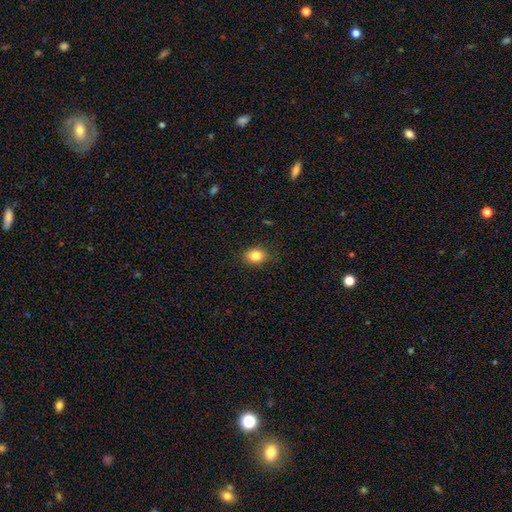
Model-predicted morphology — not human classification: Q: Smooth or featured?
A: smooth (82%); runner-up: star or artifact (10%)
Q: How rounded?
A: in between (57%); runner-up: round (42%)
Q: Merging?
A: none (84%); runner-up: minor disturbance (13%)